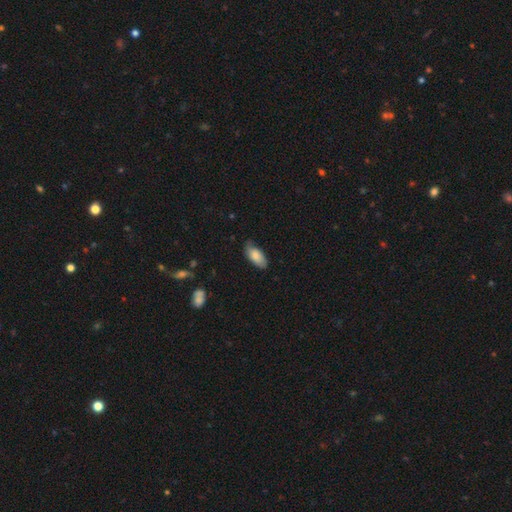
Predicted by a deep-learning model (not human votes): Overall: smooth (80%). How rounded: in between (90%). Merging: none (71%).